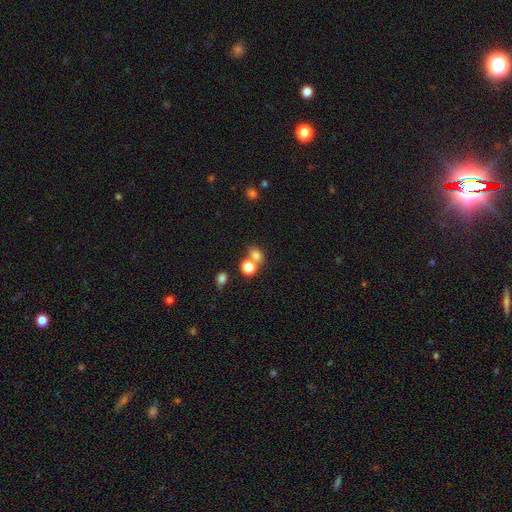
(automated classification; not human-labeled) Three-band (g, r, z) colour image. It shows a smooth galaxy with no disk features (77%) that is in between round and cigar-shaped (51%). Merging: none (45%).